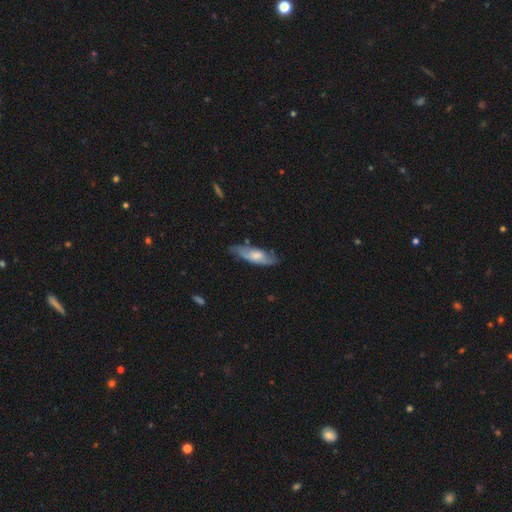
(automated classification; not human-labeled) The model was most divided on "how rounded": in between: 53%, cigar-shaped: 45%, round: 2%. More confident: merging — none (66%); smooth or featured — smooth (51%).